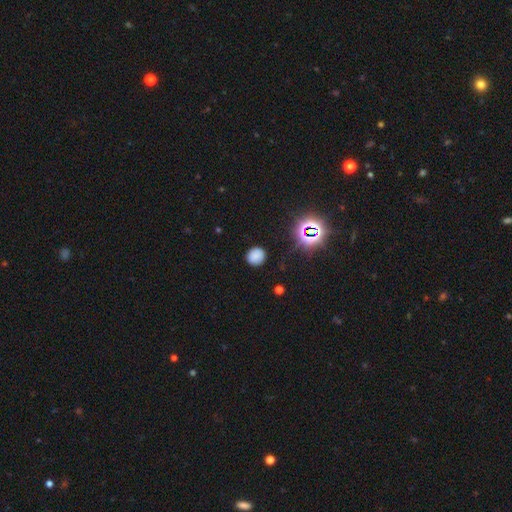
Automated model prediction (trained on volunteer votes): This is likely a smooth galaxy (75%). How rounded: clearly round (87%). Merging: clearly none (86%).